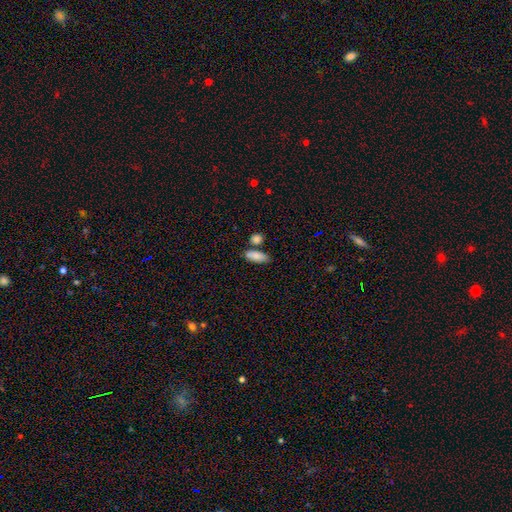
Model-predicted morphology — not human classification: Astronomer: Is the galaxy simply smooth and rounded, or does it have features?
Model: smooth — 85%.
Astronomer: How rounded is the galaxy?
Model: in between — 81%.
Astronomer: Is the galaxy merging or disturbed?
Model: none — 63%.